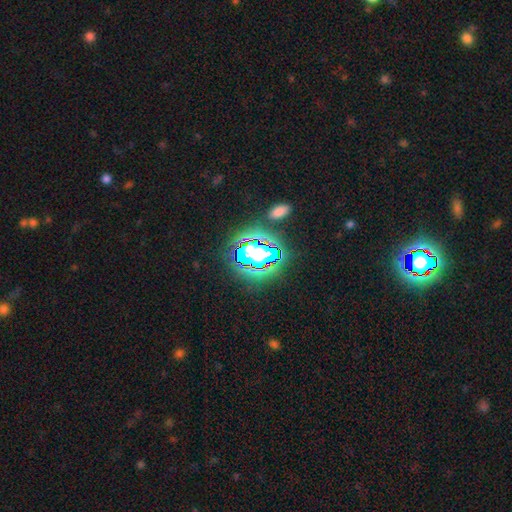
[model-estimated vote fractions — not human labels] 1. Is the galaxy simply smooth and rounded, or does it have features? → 75% star or artifact, 15% smooth, 10% featured or disk.